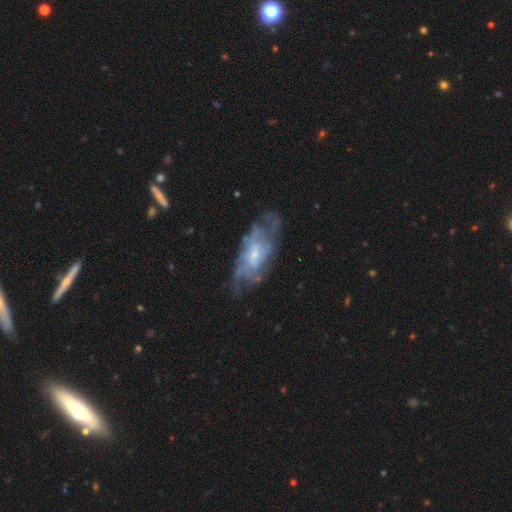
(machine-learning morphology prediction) smooth-or-featured: featured or disk: 72% | smooth: 20% | star or artifact: 8%
  disk-edge-on: no: 89% | yes: 11%
    bar: no: 63% | weak: 31% | strong: 5%
    has-spiral-arms: yes: 78% | no: 22%
      spiral-winding: tight: 50% | medium: 36% | loose: 15%
      spiral-arm-count: can't tell: 61% | 2: 12% | 4: 9% | 3: 9% | more than 4: 5% | 1: 4%
    bulge-size: small: 53% | moderate: 36% | none: 6% | large: 3% | dominant: 1%
  merging: none: 65% | minor disturbance: 21% | major disturbance: 12% | merger: 2%